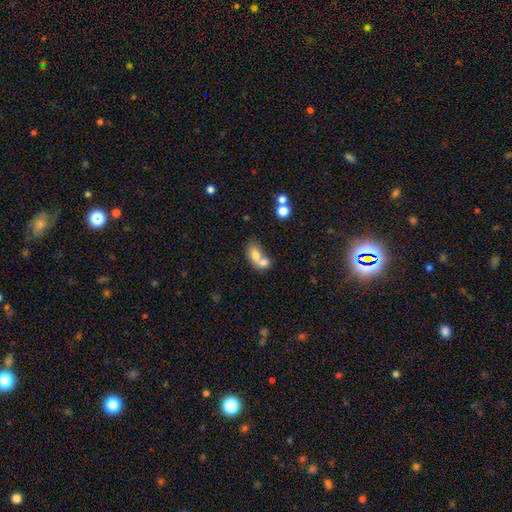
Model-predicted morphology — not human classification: smooth-or-featured: smooth: 71% | featured or disk: 20% | star or artifact: 9%
  how-rounded: in between: 76% | round: 21% | cigar-shaped: 3%
  merging: merger: 70% | none: 18% | minor disturbance: 7% | major disturbance: 5%